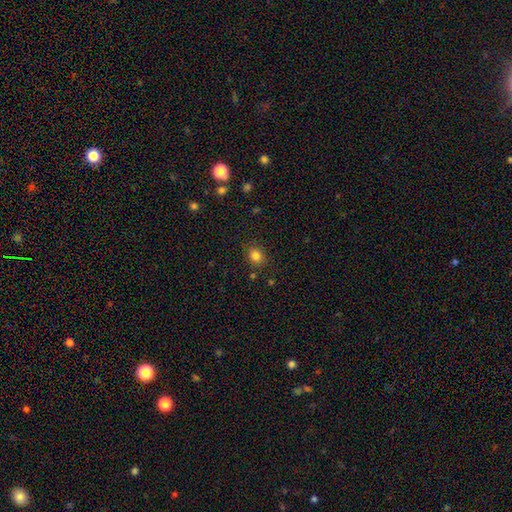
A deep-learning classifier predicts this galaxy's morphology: This is clearly a smooth galaxy (82%). How rounded: likely round (64%). Merging: clearly none (85%).